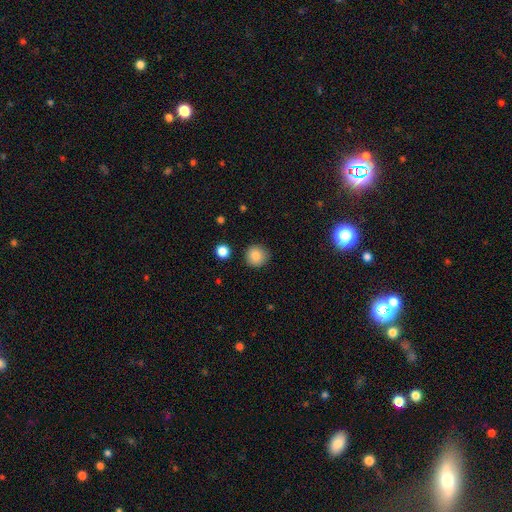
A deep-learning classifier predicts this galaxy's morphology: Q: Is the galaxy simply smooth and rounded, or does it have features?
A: smooth — 85%.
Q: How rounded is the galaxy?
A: round — 93%.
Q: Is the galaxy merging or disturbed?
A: none — 89%.